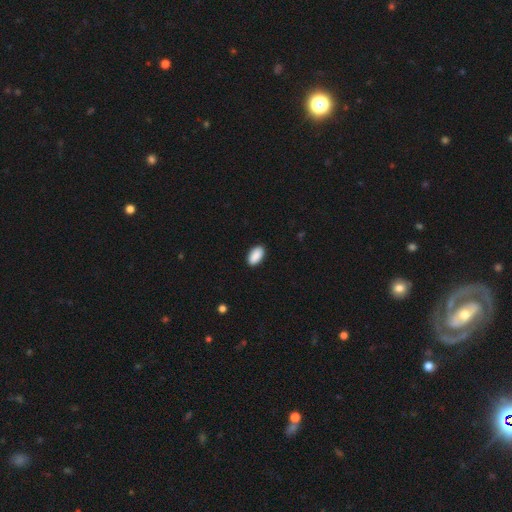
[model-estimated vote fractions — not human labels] The model was most divided on "merging": none: 90%, minor disturbance: 8%, major disturbance: 2%, merger: 1%. More confident: how rounded — in between (95%); smooth or featured — smooth (91%).